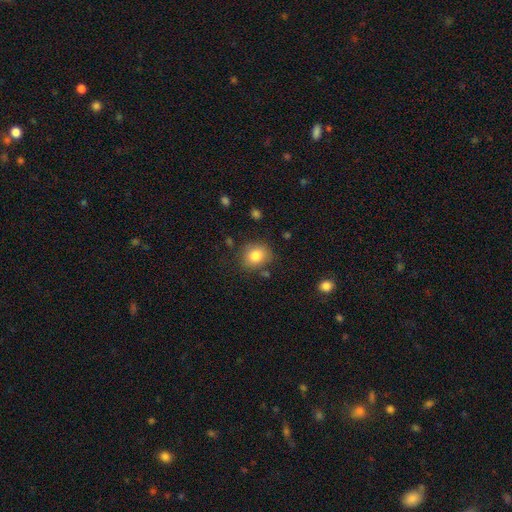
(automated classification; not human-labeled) Smooth or featured? Predicted: smooth (p=0.82). How rounded? Predicted: round (p=0.69). Merging? Predicted: none (p=0.78).